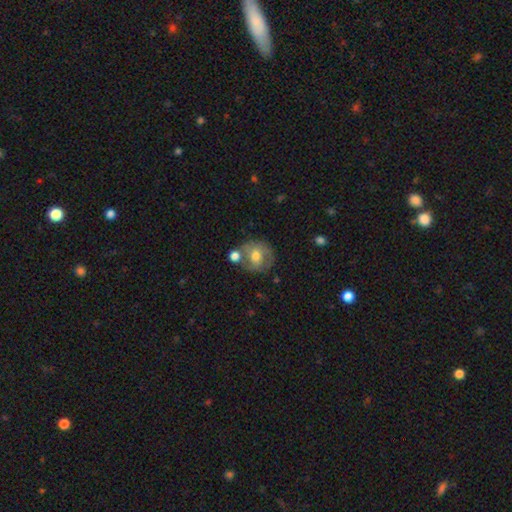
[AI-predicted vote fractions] This is possibly a smooth galaxy (52%). How rounded: clearly round (80%). Merging: possibly none (57%).